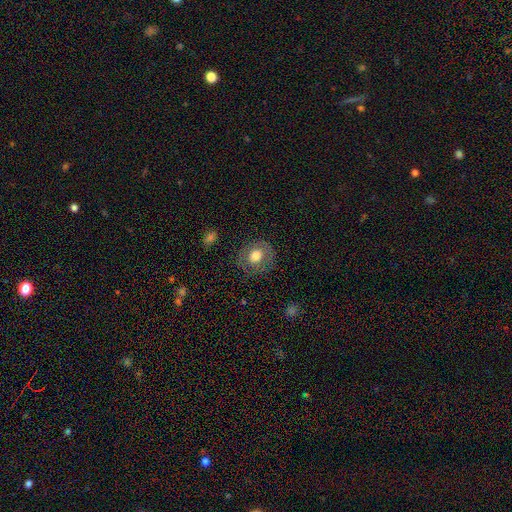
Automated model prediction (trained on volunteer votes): This is likely a smooth galaxy (63%). How rounded: likely round (73%). Merging: likely none (78%).